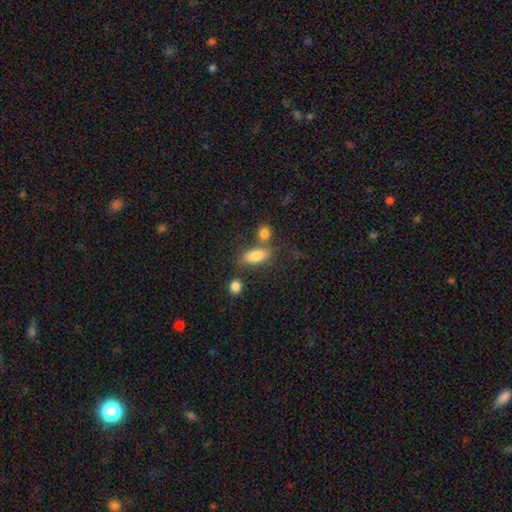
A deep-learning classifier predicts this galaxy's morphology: smooth 82%, featured or disk 10%, star or artifact 8%. Down the decision tree: how rounded — in between (84%); merging — none (59%).